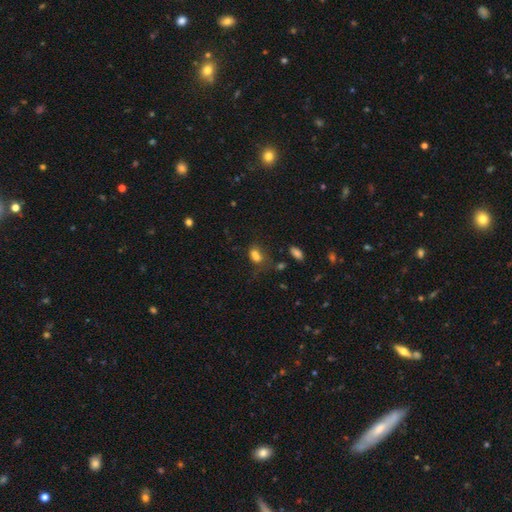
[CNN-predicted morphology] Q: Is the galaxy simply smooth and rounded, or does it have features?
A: smooth — 74%.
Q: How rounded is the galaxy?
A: in between — 74%.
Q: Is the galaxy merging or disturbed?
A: none — 35%.